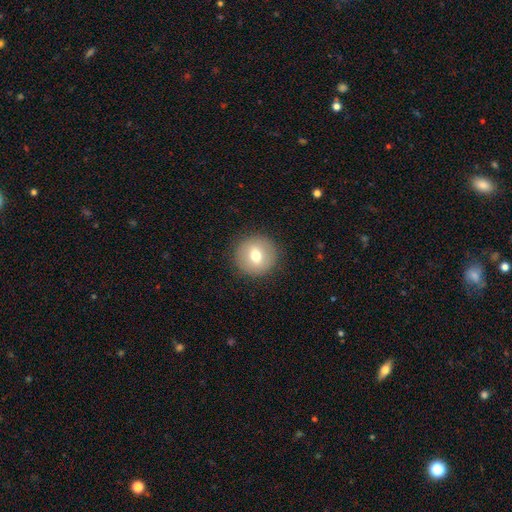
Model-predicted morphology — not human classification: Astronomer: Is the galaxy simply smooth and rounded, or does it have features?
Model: smooth — 69%.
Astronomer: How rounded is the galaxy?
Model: round — 95%.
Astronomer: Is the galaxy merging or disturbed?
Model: none — 90%.